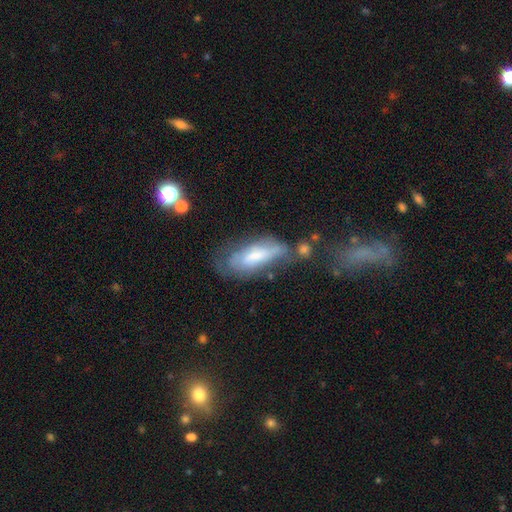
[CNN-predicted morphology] smooth 53%, featured or disk 39%, star or artifact 8%. Down the decision tree: how rounded — in between (66%); merging — none (37%).